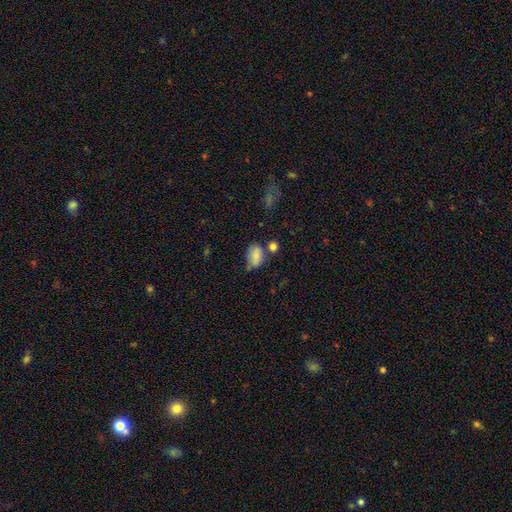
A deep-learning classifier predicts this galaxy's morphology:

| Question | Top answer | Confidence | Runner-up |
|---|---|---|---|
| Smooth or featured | smooth | 80% | featured or disk (11%) |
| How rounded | in between | 81% | round (18%) |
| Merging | none | 48% | minor disturbance (27%) |